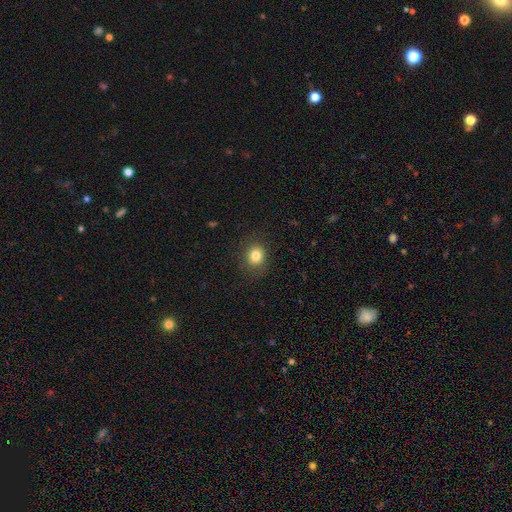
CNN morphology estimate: This is clearly a smooth galaxy (82%). How rounded: likely round (76%). Merging: clearly none (85%).